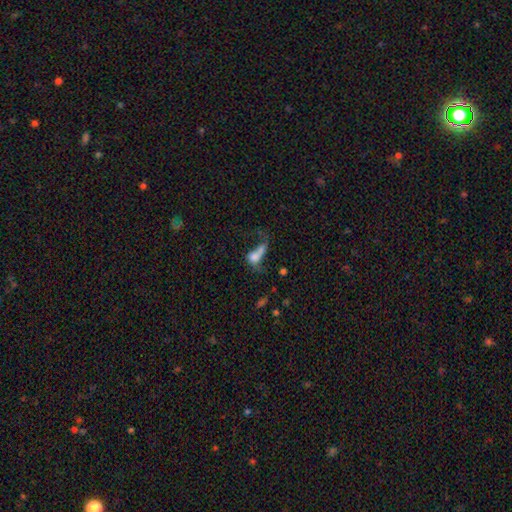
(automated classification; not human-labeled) This appears to be a smooth galaxy with no disk features (61%) that is in between round and cigar-shaped (66%). Merging: merger (45%).